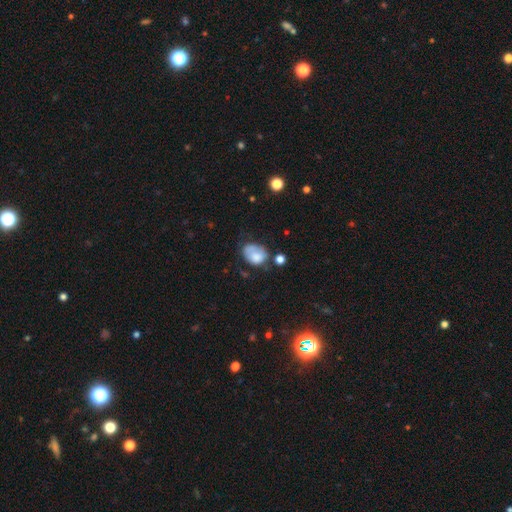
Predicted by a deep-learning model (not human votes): Smooth or featured: smooth — 74% (featured or disk — 17%)
How rounded: in between — 67% (round — 32%)
Merging: none — 37% (minor disturbance — 32%)